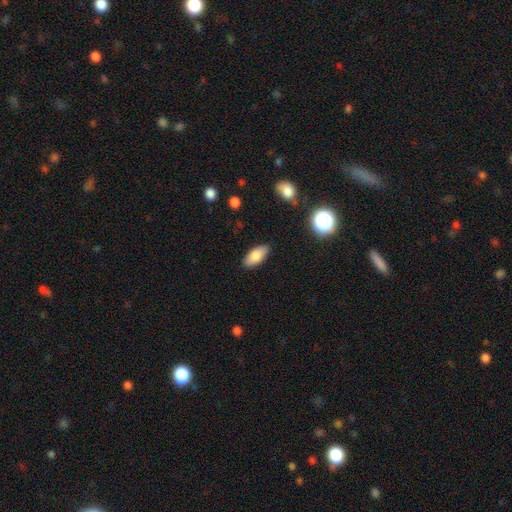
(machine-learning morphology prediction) smooth_or_featured: smooth (p=0.80) [alt: featured or disk p=0.13]
how_rounded: in between (p=0.88) [alt: cigar-shaped p=0.09]
merging: none (p=0.87) [alt: minor disturbance p=0.10]